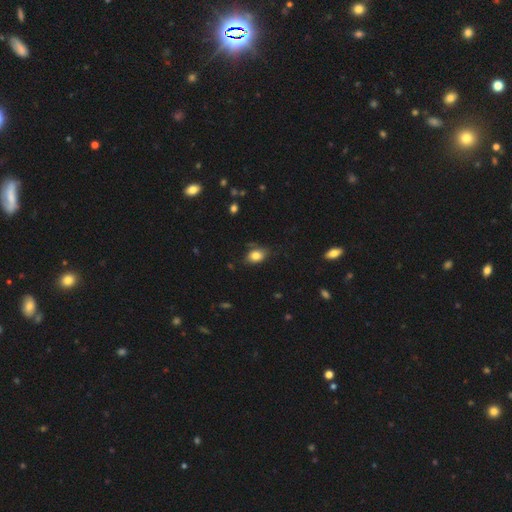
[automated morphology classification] A smooth galaxy with no disk features (81%) that is in between round and cigar-shaped (79%).

Vote fractions:
- Smooth or featured? smooth: 81% / featured or disk: 10% / star or artifact: 9%
- How rounded? in between: 79% / round: 20% / cigar-shaped: 2%
- Merging? none: 70% / minor disturbance: 22% / major disturbance: 5% / merger: 3%